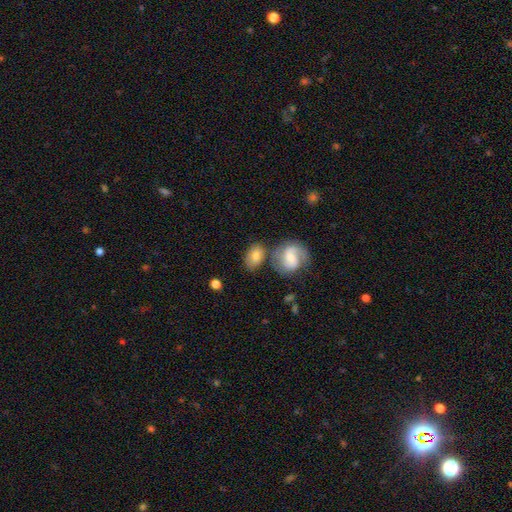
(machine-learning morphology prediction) Overall: smooth (64%; featured or disk 28%). How rounded: in between (76%). Merging: none (56%; merger 22%).